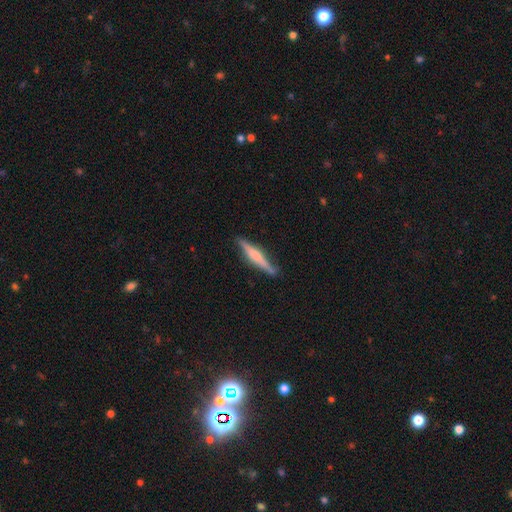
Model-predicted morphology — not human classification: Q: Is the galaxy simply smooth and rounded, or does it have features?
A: featured or disk — 55%.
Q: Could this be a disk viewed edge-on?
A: yes — 96%.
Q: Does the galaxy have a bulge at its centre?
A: rounded — 58%.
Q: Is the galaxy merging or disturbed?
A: none — 82%.